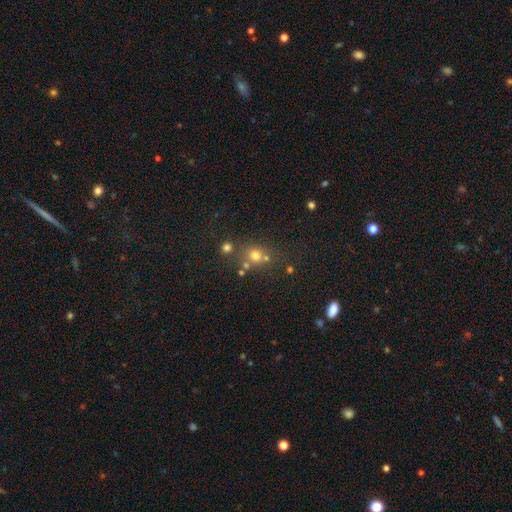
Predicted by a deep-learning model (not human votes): This is likely a smooth galaxy (67%). How rounded: clearly round (83%). Merging: possibly none (59%).